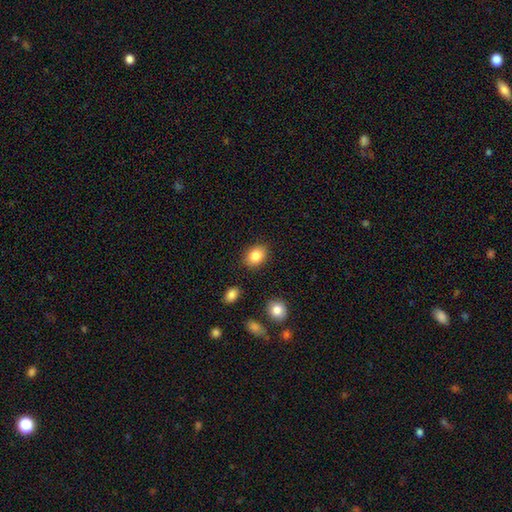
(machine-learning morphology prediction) smooth_or_featured: smooth (p=0.85) [alt: star or artifact p=0.08]
how_rounded: in between (p=0.66) [alt: round p=0.33]
merging: none (p=0.86) [alt: minor disturbance p=0.09]